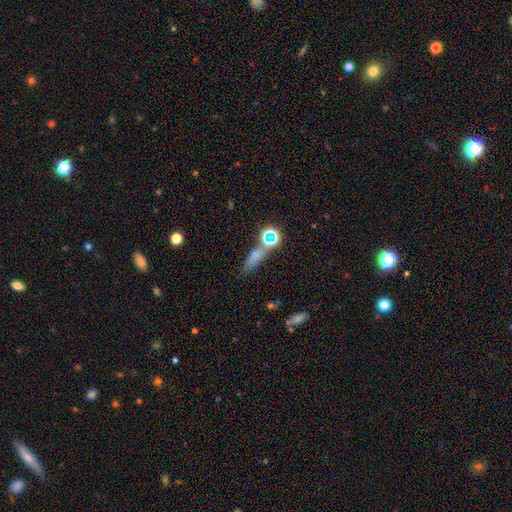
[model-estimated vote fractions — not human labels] This is possibly a smooth galaxy (59%). How rounded: possibly cigar-shaped (55%). Merging: likely none (63%).